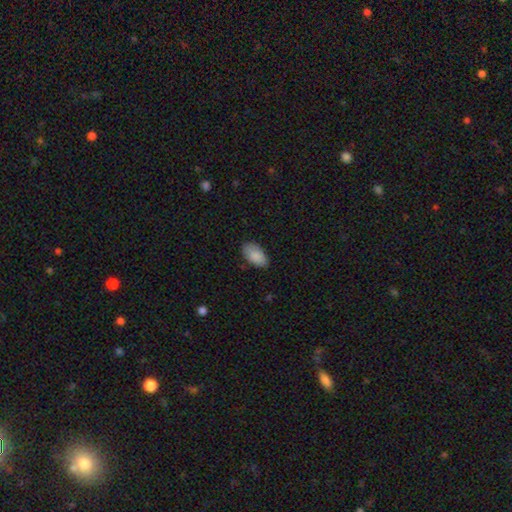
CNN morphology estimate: Q: Smooth or featured?
A: smooth (88%); runner-up: star or artifact (6%)
Q: How rounded?
A: in between (95%); runner-up: round (3%)
Q: Merging?
A: none (83%); runner-up: minor disturbance (14%)